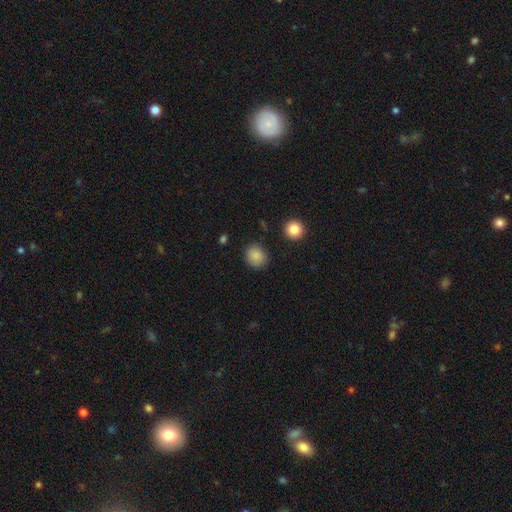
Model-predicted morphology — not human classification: A smooth galaxy with no disk features (87%) that is round (79%).

Vote fractions:
- Smooth or featured? smooth: 87% / star or artifact: 9% / featured or disk: 5%
- How rounded? round: 79% / in between: 20% / cigar-shaped: 1%
- Merging? none: 85% / minor disturbance: 10% / major disturbance: 3% / merger: 2%